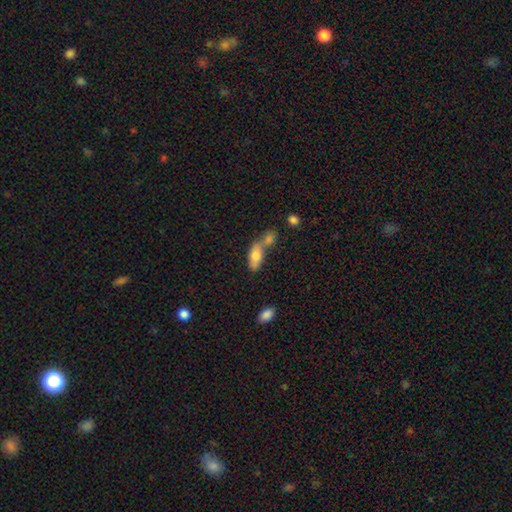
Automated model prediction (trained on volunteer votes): smooth_or_featured: smooth (p=0.75) [alt: featured or disk p=0.18]
how_rounded: in between (p=0.81) [alt: cigar-shaped p=0.15]
merging: merger (p=0.48) [alt: none p=0.35]